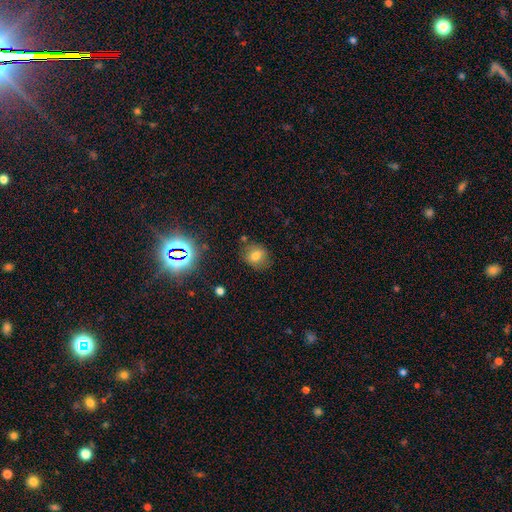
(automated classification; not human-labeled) This appears to be a smooth galaxy with no disk features (70%) that is round (65%). Merging: none (79%).